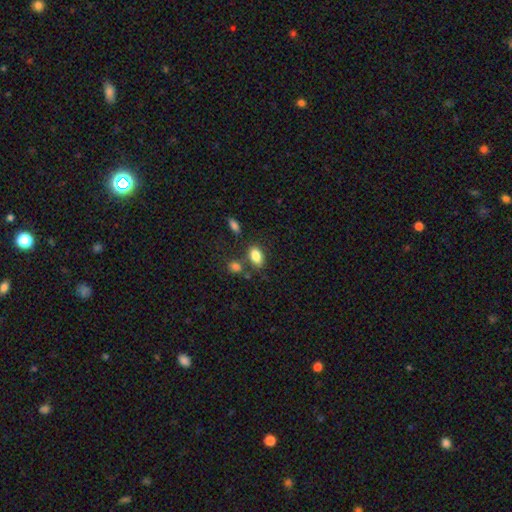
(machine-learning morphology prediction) This is clearly a smooth galaxy (84%). How rounded: clearly in between (87%). Merging: likely none (68%).